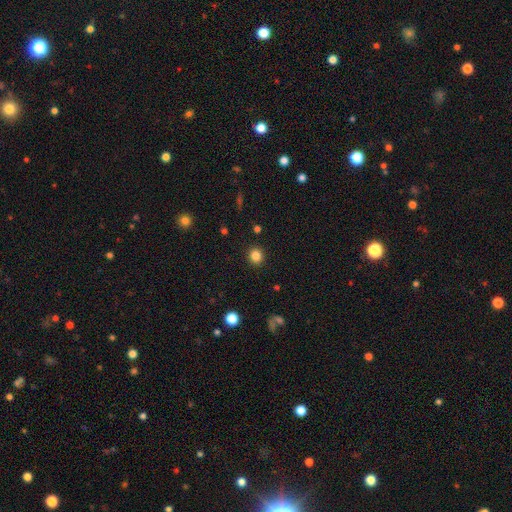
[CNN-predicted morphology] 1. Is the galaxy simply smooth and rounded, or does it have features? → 84% smooth, 12% star or artifact, 5% featured or disk.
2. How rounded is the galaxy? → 89% round, 11% in between, 1% cigar-shaped.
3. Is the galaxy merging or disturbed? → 91% none, 5% minor disturbance, 2% major disturbance, 1% merger.